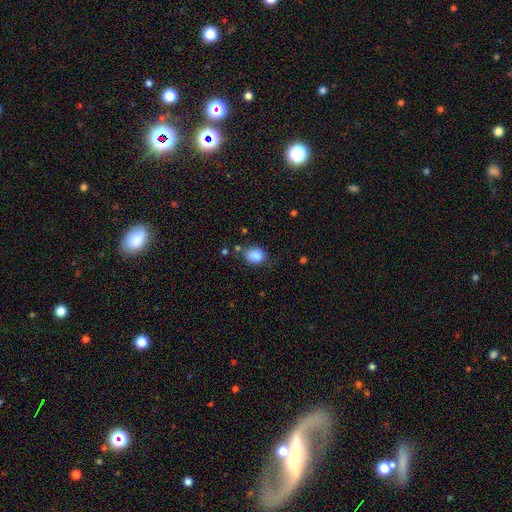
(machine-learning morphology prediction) A smooth galaxy with no disk features (87%) that is in between round and cigar-shaped (51%).

Vote fractions:
- Smooth or featured? smooth: 87% / star or artifact: 9% / featured or disk: 4%
- How rounded? in between: 51% / round: 48% / cigar-shaped: 1%
- Merging? none: 72% / minor disturbance: 19% / major disturbance: 5% / merger: 4%